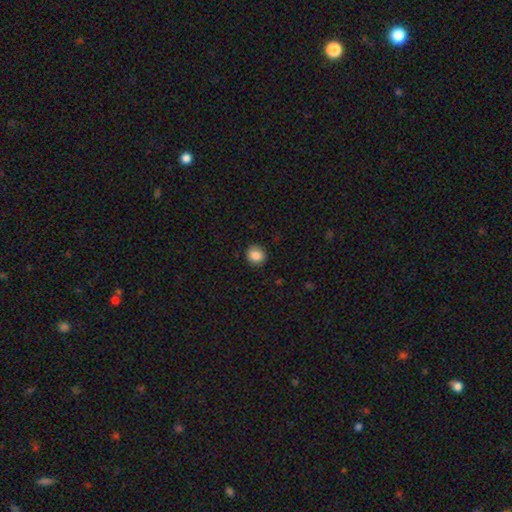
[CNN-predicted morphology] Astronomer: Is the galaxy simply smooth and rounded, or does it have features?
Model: smooth — 86%.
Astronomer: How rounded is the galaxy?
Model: round — 78%.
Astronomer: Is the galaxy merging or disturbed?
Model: none — 86%.